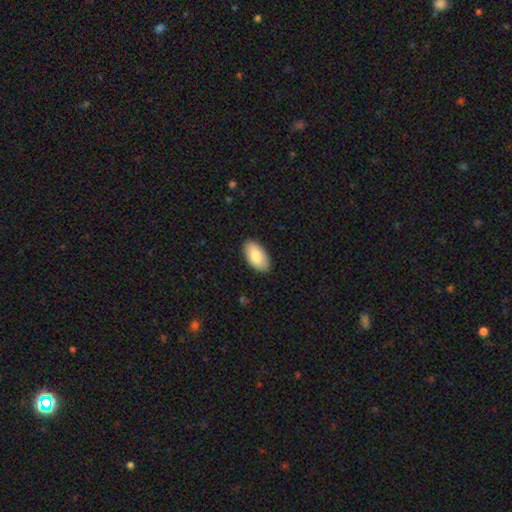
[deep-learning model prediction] Smooth or featured?
  - smooth: 81% *
  - featured or disk: 13%
  - star or artifact: 5%
How rounded?
  - in between: 95% *
  - cigar-shaped: 2%
  - round: 2%
Merging?
  - none: 88% *
  - minor disturbance: 9%
  - major disturbance: 2%
  - merger: 1%